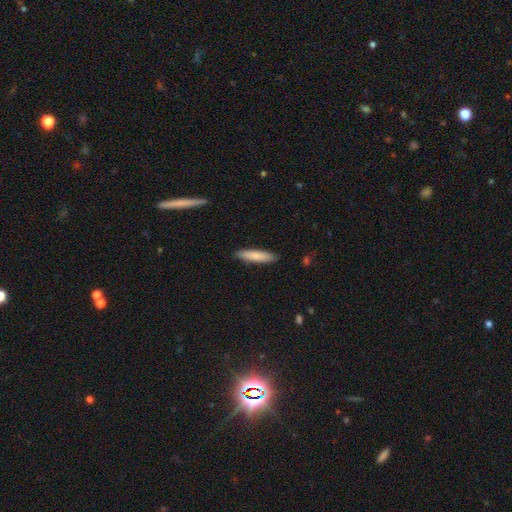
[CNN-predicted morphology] Smooth or featured? smooth (81%)
How rounded? cigar-shaped (82%)
Merging? none (89%)